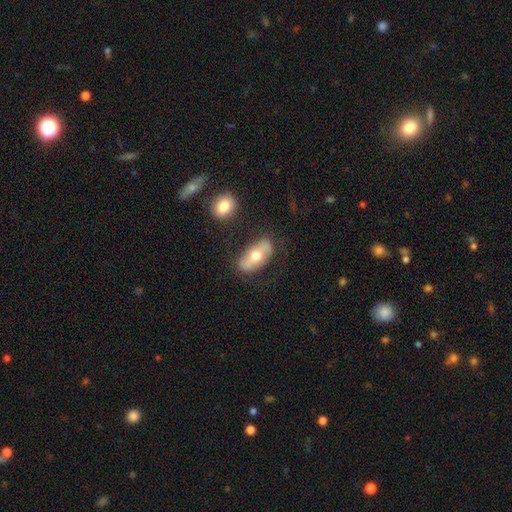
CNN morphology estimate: smooth-or-featured: smooth: 48% | featured or disk: 46% | star or artifact: 6%
  merging: none: 74% | minor disturbance: 16% | major disturbance: 6% | merger: 5%